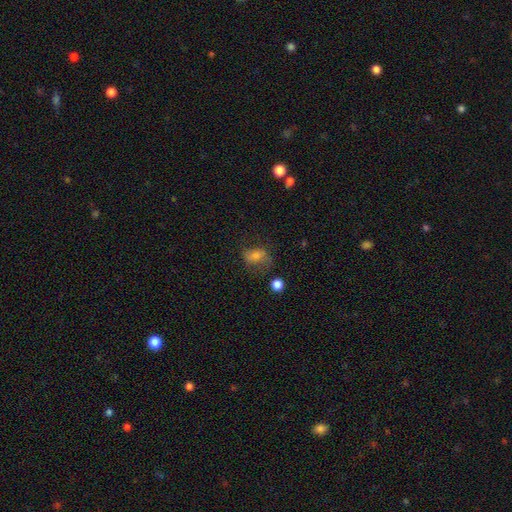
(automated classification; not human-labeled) Smooth or featured?
  - smooth: 56% *
  - featured or disk: 28%
  - star or artifact: 16%
How rounded?
  - in between: 72% *
  - round: 25%
  - cigar-shaped: 3%
Merging?
  - none: 56% *
  - minor disturbance: 25%
  - major disturbance: 16%
  - merger: 3%